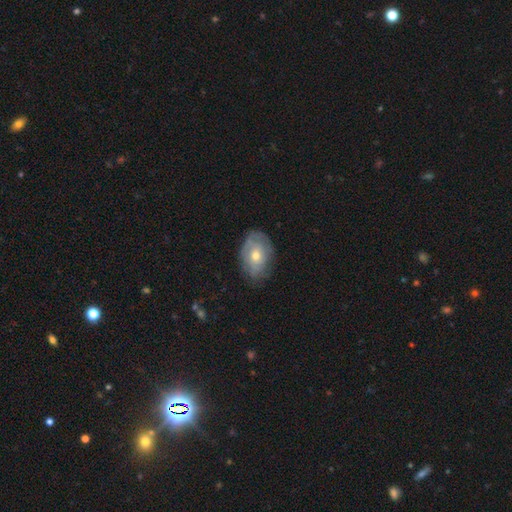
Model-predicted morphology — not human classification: The model was most divided on "smooth or featured": featured or disk: 48%, smooth: 44%, star or artifact: 8%. More confident: merging — none (71%).